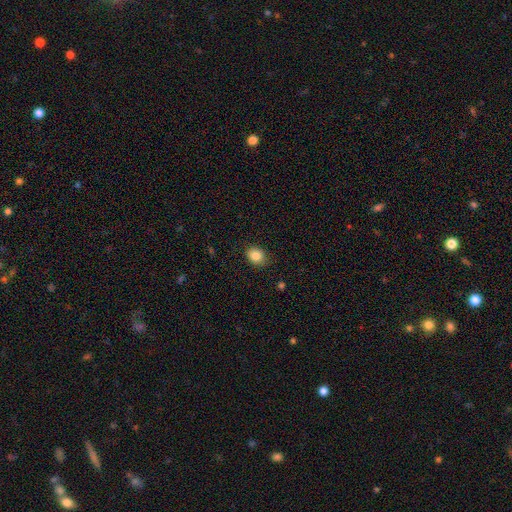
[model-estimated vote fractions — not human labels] Q: Smooth or featured?
A: smooth (85%); runner-up: star or artifact (9%)
Q: How rounded?
A: round (55%); runner-up: in between (44%)
Q: Merging?
A: none (85%); runner-up: minor disturbance (12%)